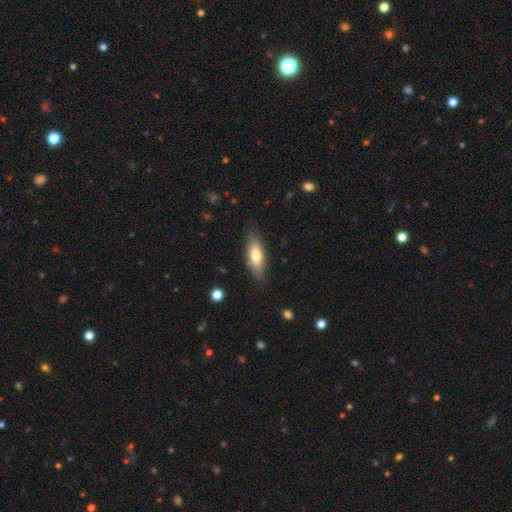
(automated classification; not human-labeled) Smooth or featured?
  - smooth: 74% *
  - featured or disk: 20%
  - star or artifact: 6%
How rounded?
  - in between: 62% *
  - cigar-shaped: 36%
  - round: 2%
Merging?
  - none: 83% *
  - minor disturbance: 13%
  - major disturbance: 3%
  - merger: 1%